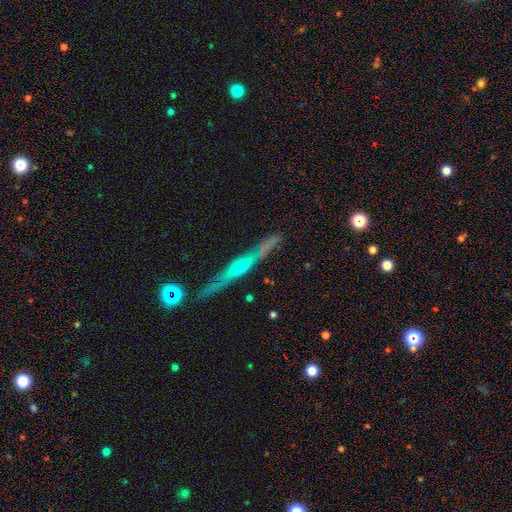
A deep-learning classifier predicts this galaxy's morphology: The model was most divided on "edge-on bulge": rounded: 59%, none: 27%, boxy: 14%. More confident: edge-on disk — yes (92%); merging — none (73%); smooth or featured — featured or disk (67%).